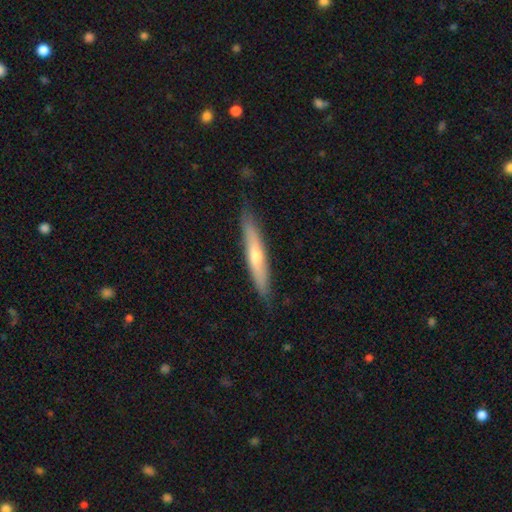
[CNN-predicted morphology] This is possibly a featured or disk galaxy (50%). Merging: clearly none (85%).